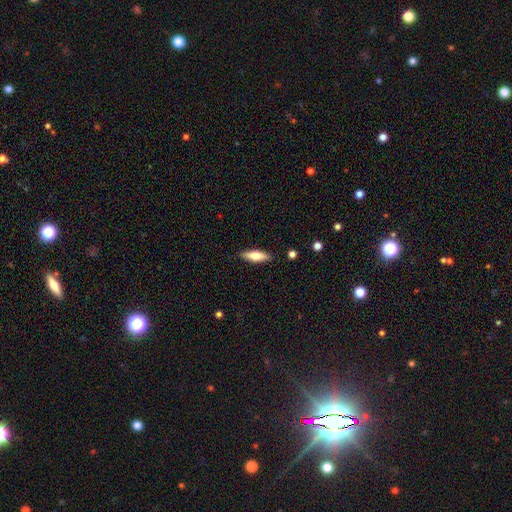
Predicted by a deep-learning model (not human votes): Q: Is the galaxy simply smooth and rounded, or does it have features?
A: smooth — 68%.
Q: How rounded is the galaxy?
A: in between — 50%.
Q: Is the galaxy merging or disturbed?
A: none — 88%.